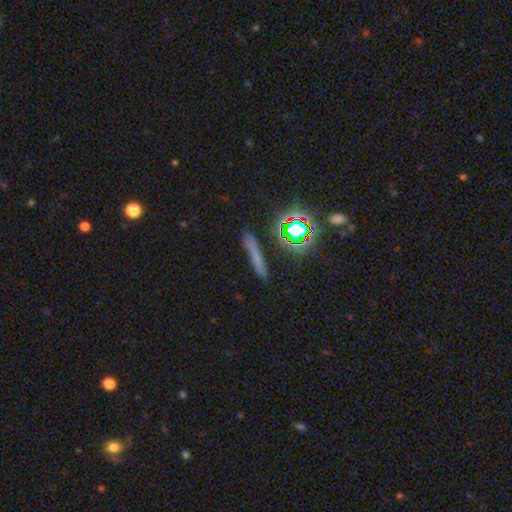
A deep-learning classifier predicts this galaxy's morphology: A smooth galaxy with no disk features (52%) that is cigar-shaped (85%).

Vote fractions:
- Smooth or featured? smooth: 52% / star or artifact: 28% / featured or disk: 20%
- How rounded? cigar-shaped: 85% / round: 8% / in between: 7%
- Merging? none: 83% / minor disturbance: 10% / merger: 3% / major disturbance: 3%